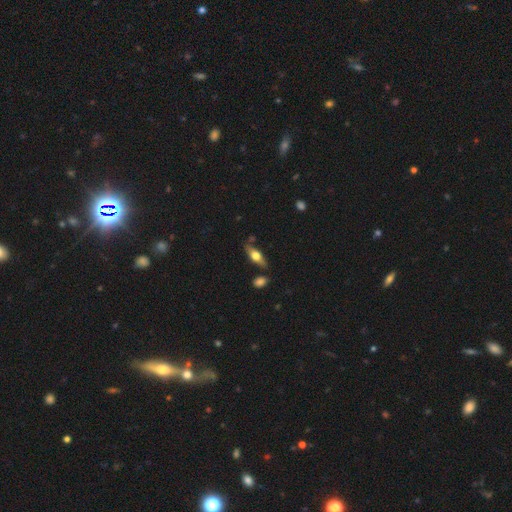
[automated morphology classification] This appears to be a smooth galaxy with no disk features (49%). Merging: none (75%).